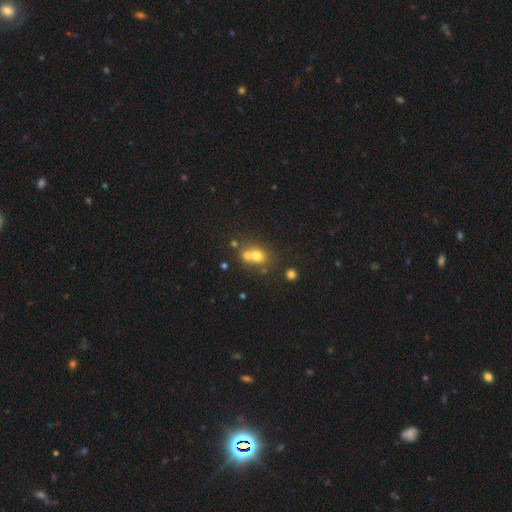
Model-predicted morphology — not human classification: Smooth or featured? Predicted: smooth (p=0.67). How rounded? Predicted: round (p=0.73). Merging? Predicted: merger (p=0.53).